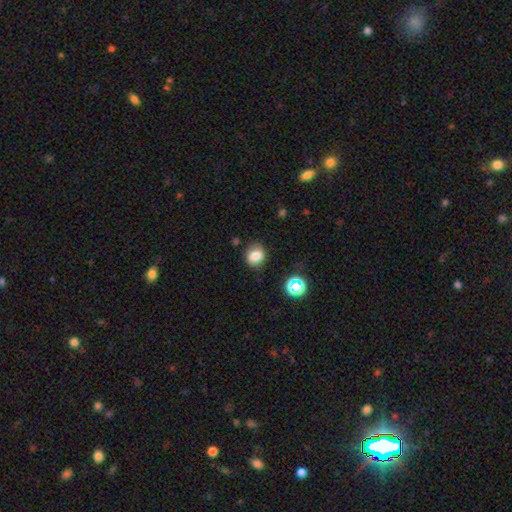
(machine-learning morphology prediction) Q: Smooth or featured?
A: smooth (72%); runner-up: featured or disk (14%)
Q: How rounded?
A: round (57%); runner-up: in between (42%)
Q: Merging?
A: none (76%); runner-up: minor disturbance (16%)